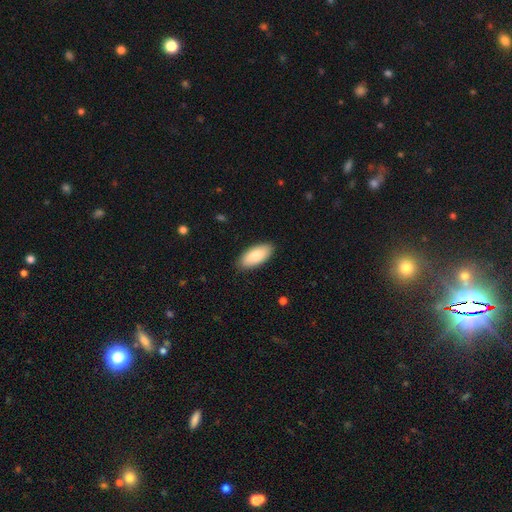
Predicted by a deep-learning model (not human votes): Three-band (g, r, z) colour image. It shows a smooth galaxy with no disk features (82%) that is in between round and cigar-shaped (91%). Merging: none (88%).